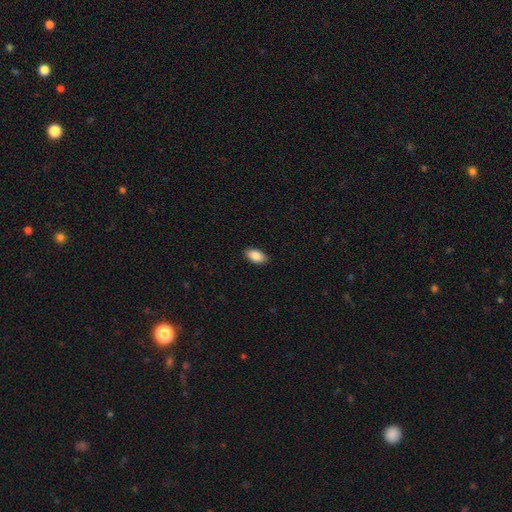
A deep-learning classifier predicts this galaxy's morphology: smooth 88%, star or artifact 7%, featured or disk 5%. Down the decision tree: how rounded — in between (93%); merging — none (88%).